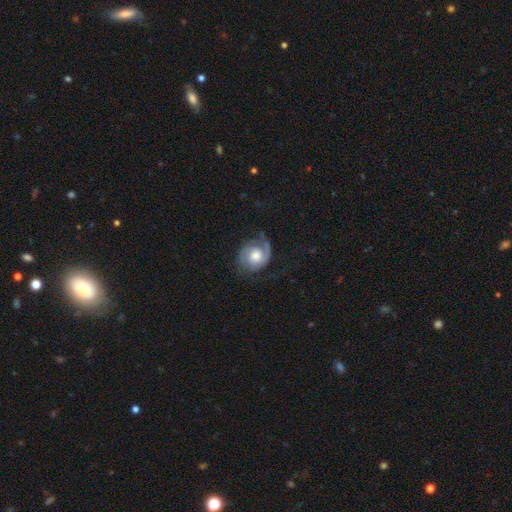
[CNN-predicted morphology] Q: Smooth or featured?
A: featured or disk (69%); runner-up: smooth (24%)
Q: Edge-on disk?
A: no (97%); runner-up: yes (3%)
Q: Bar?
A: no (74%); runner-up: weak (23%)
Q: Spiral arms?
A: yes (91%); runner-up: no (9%)
Q: Spiral winding?
A: tight (44%); runner-up: medium (37%)
Q: Spiral arm count?
A: 2 (53%); runner-up: 1 (34%)
Q: Bulge size?
A: moderate (47%); runner-up: large (36%)
Q: Merging?
A: none (59%); runner-up: minor disturbance (23%)